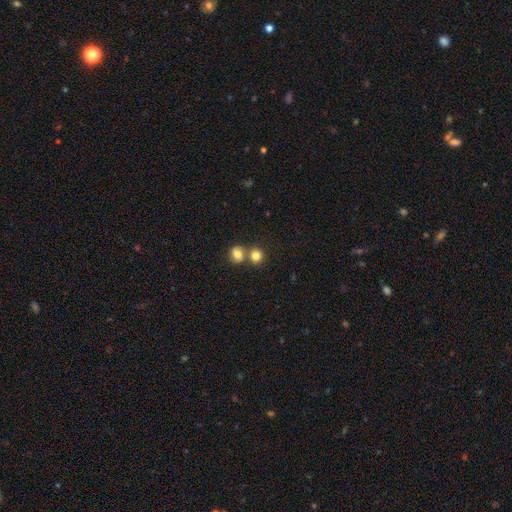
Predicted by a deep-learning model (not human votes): smooth 81%, star or artifact 11%, featured or disk 8%. Down the decision tree: how rounded — round (84%); merging — none (51%).